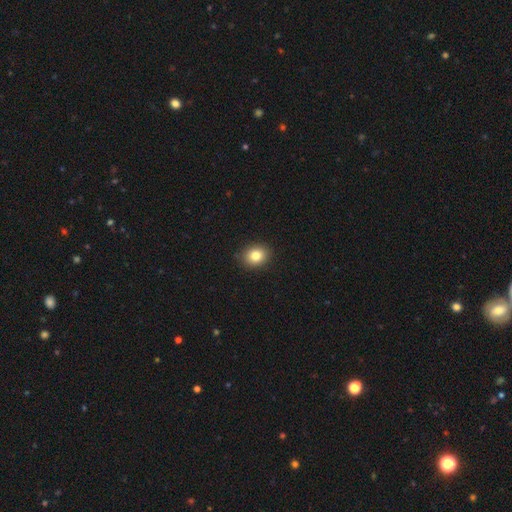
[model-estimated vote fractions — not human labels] Smooth or featured? smooth (82%)
How rounded? round (59%)
Merging? none (89%)